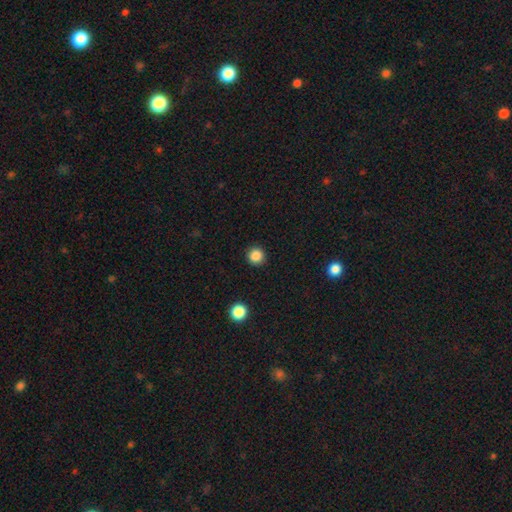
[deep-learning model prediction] smooth_or_featured: smooth (p=0.85) [alt: star or artifact p=0.12]
how_rounded: round (p=0.94) [alt: in between p=0.05]
merging: none (p=0.92) [alt: minor disturbance p=0.05]